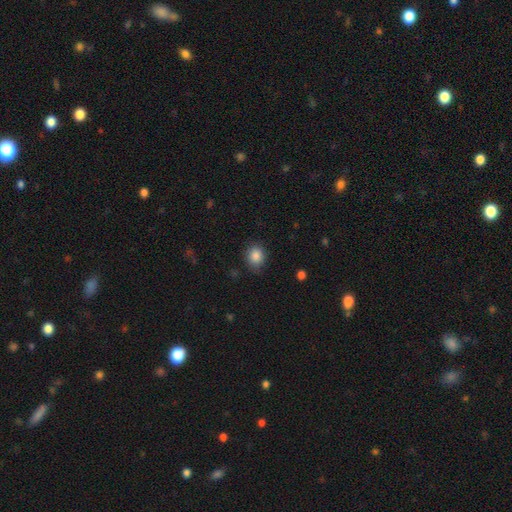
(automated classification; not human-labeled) This is clearly a smooth galaxy (86%). How rounded: likely round (68%). Merging: clearly none (80%).